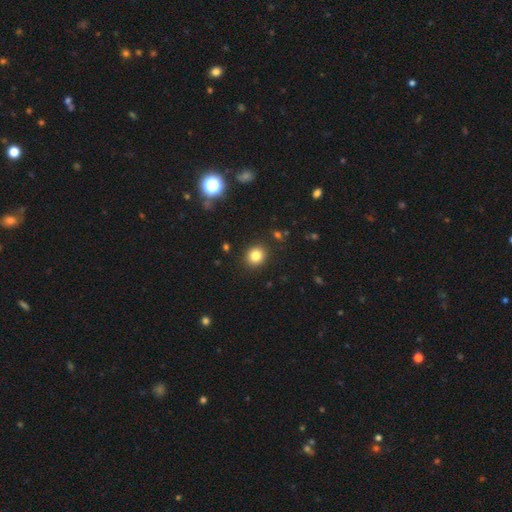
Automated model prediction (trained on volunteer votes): The model was most divided on "how rounded": round: 83%, in between: 16%, cigar-shaped: 1%. More confident: merging — none (91%); smooth or featured — smooth (82%).